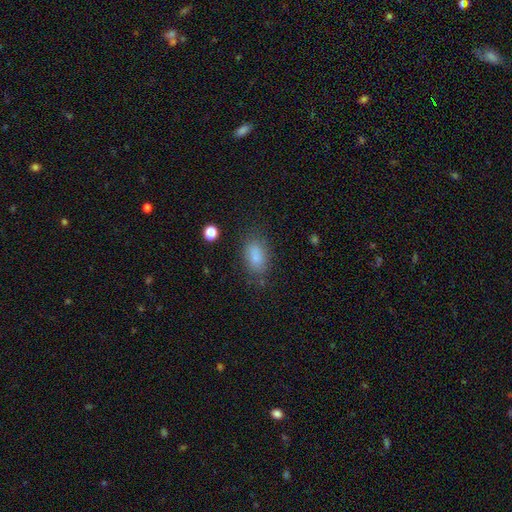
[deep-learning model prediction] The model was most divided on "merging": none: 73%, minor disturbance: 17%, major disturbance: 6%, merger: 4%. More confident: how rounded — in between (87%); smooth or featured — smooth (82%).